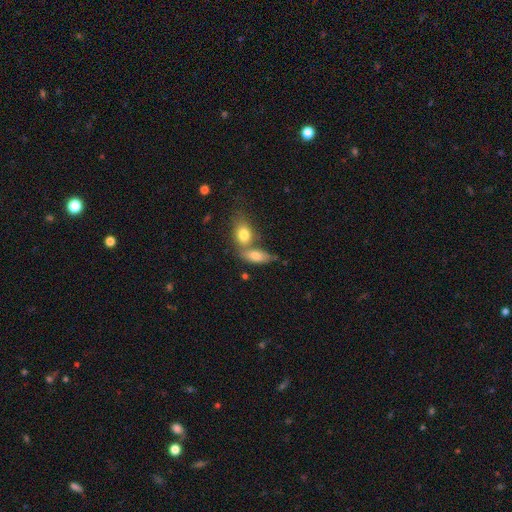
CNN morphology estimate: Overall: smooth (75%). How rounded: in between (79%). Merging: merger (44%; none 40%).